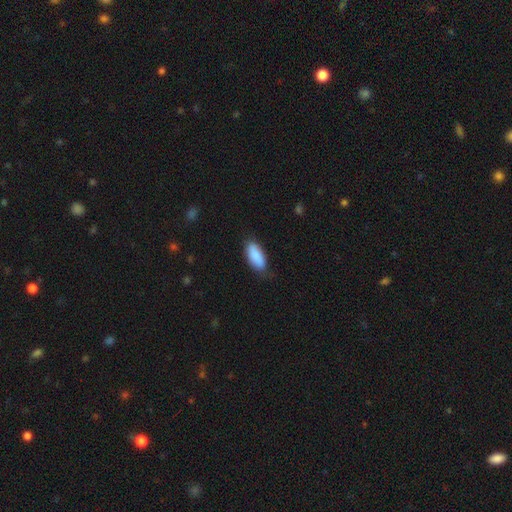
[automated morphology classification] Q: Smooth or featured?
A: smooth (88%); runner-up: featured or disk (7%)
Q: How rounded?
A: in between (86%); runner-up: cigar-shaped (12%)
Q: Merging?
A: none (76%); runner-up: minor disturbance (20%)